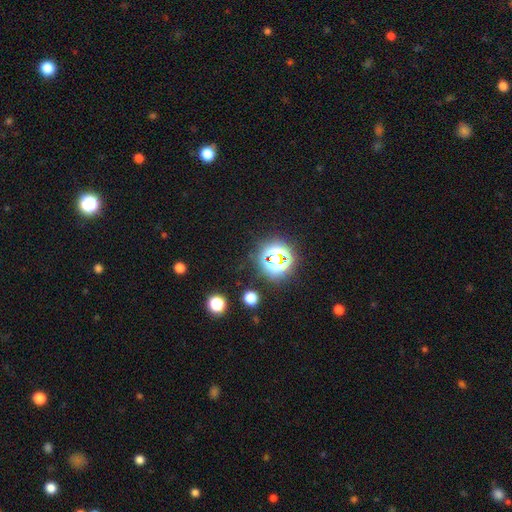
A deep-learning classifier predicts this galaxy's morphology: Overall: star or artifact (79%).